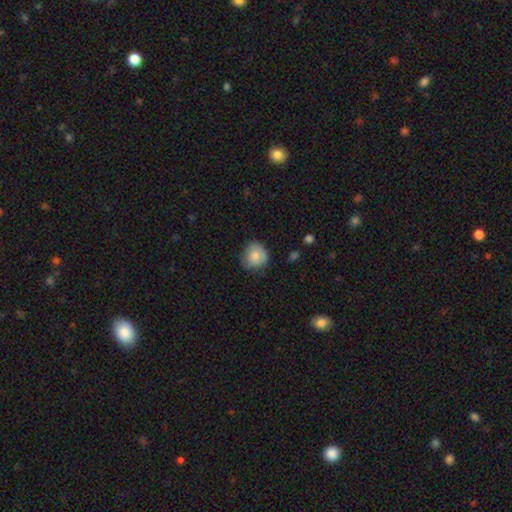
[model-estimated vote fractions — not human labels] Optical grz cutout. It shows a smooth galaxy with no disk features (81%) that is round (81%). Merging: none (66%).